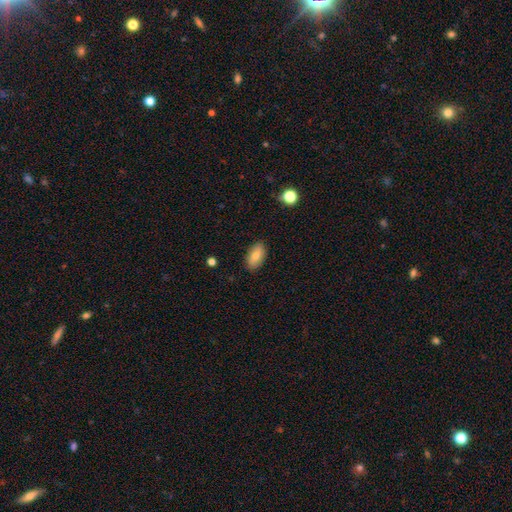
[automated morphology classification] Smooth or featured: smooth — 80% (featured or disk — 13%)
How rounded: in between — 92% (cigar-shaped — 5%)
Merging: none — 87% (minor disturbance — 10%)